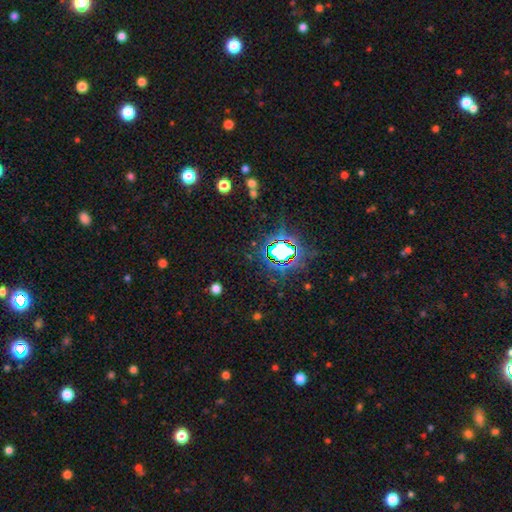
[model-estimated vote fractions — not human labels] smooth_or_featured: star or artifact (p=0.78) [alt: smooth p=0.14]